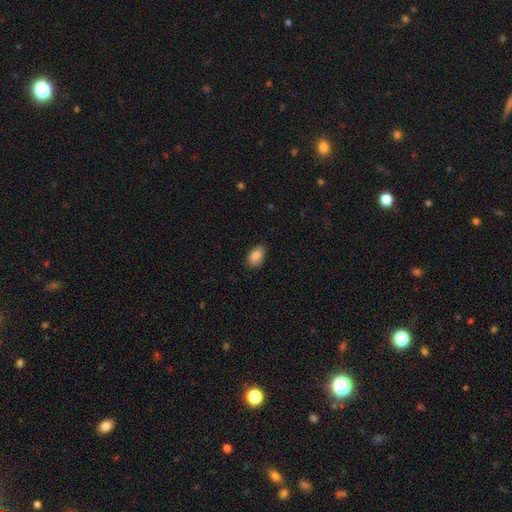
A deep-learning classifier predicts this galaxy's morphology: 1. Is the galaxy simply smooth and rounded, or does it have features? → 85% smooth, 8% featured or disk, 7% star or artifact.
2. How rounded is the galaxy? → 89% in between, 10% round, 1% cigar-shaped.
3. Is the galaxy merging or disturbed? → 81% none, 15% minor disturbance, 2% major disturbance, 1% merger.